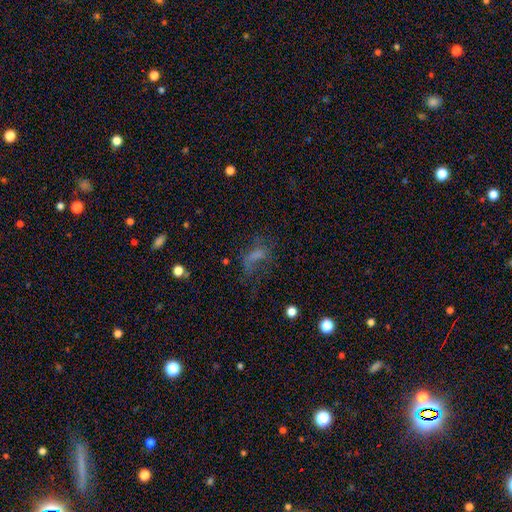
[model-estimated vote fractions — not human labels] smooth-or-featured: smooth: 47% | featured or disk: 32% | star or artifact: 21%
  merging: major disturbance: 38% (tied) | none: 38% (tied) | minor disturbance: 20% | merger: 4%